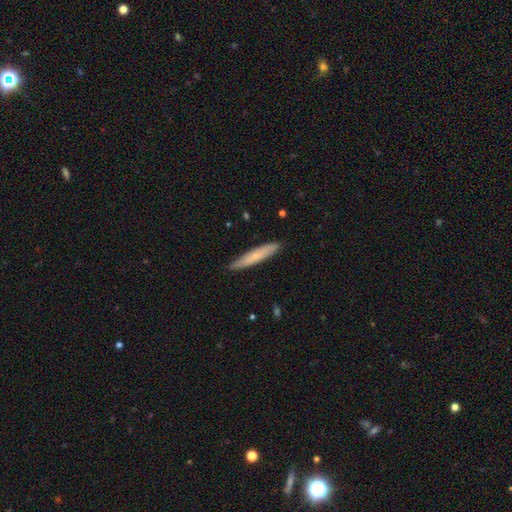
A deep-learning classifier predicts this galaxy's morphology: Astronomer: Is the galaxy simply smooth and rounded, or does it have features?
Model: smooth — 58% (runner-up: featured or disk, 36%).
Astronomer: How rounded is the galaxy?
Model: cigar-shaped — 91%.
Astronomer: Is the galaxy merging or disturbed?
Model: none — 87%.